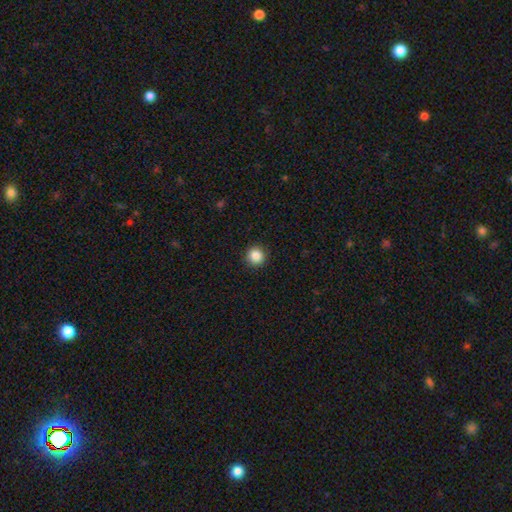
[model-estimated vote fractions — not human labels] Smooth or featured? smooth (87%)
How rounded? round (94%)
Merging? none (92%)